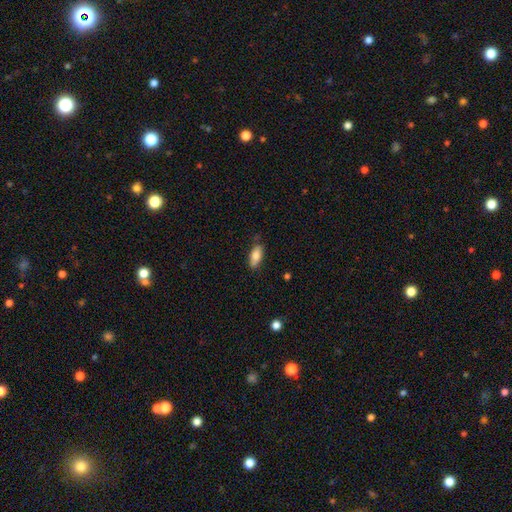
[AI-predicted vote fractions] This is likely a smooth galaxy (78%). How rounded: clearly in between (83%). Merging: likely none (79%).